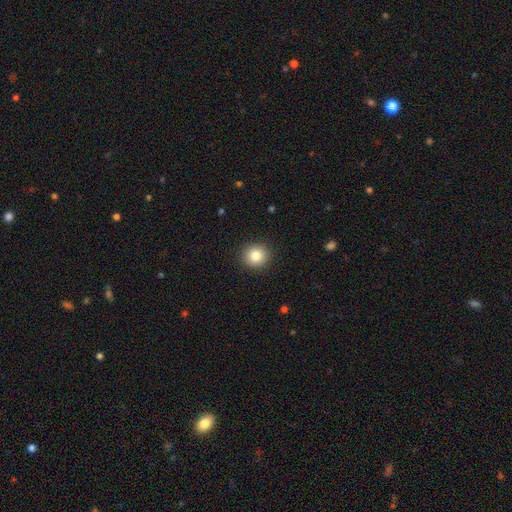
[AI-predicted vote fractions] Smooth or featured? Predicted: smooth (p=0.83). How rounded? Predicted: round (p=0.90). Merging? Predicted: none (p=0.92).